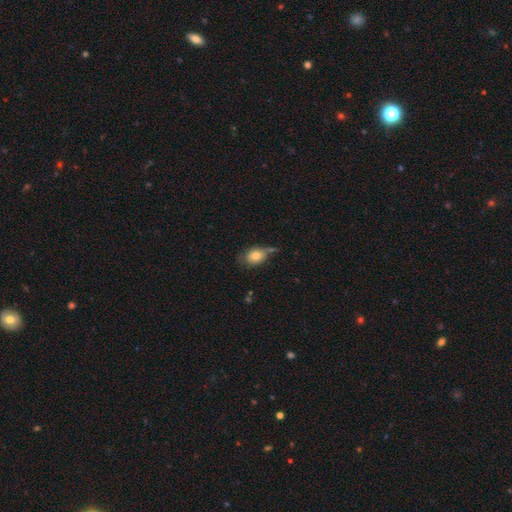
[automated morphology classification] Smooth or featured? Predicted: smooth (p=0.77). How rounded? Predicted: in between (p=0.67). Merging? Predicted: none (p=0.46).